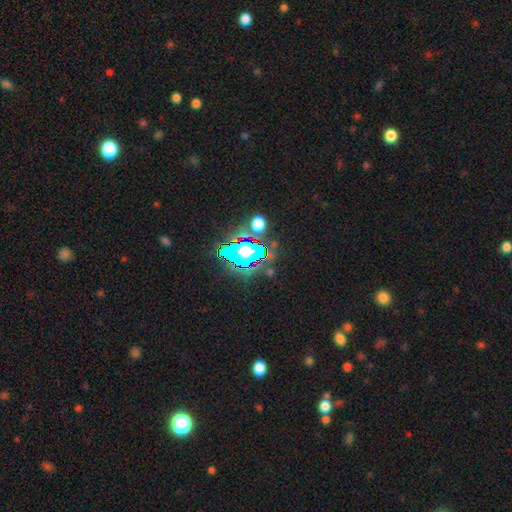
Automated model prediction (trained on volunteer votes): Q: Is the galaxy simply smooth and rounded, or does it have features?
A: star or artifact — 81%.